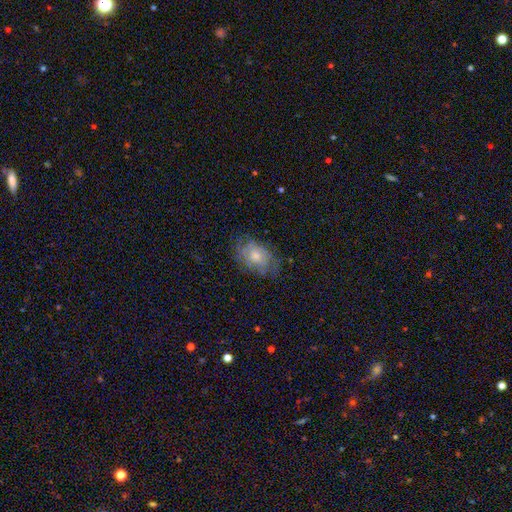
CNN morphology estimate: A smooth galaxy with no disk features (52%) that is in between round and cigar-shaped (82%).

Vote fractions:
- Smooth or featured? smooth: 52% / featured or disk: 40% / star or artifact: 8%
- How rounded? in between: 82% / round: 16% / cigar-shaped: 2%
- Merging? none: 62% / minor disturbance: 25% / major disturbance: 12% / merger: 1%